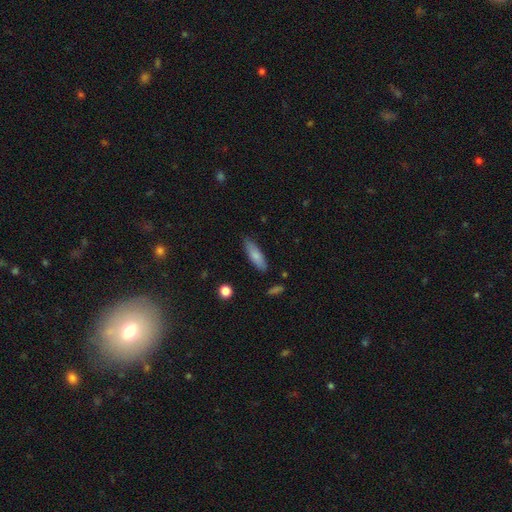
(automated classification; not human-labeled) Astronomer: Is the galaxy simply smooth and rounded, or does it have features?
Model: smooth — 79%.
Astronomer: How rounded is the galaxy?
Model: cigar-shaped — 53% (runner-up: in between, 46%).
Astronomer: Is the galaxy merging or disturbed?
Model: none — 81%.